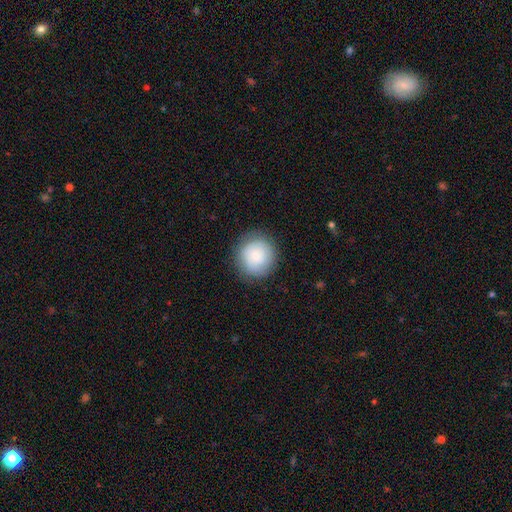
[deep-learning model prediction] This is likely a smooth galaxy (77%). How rounded: clearly round (93%). Merging: clearly none (85%).